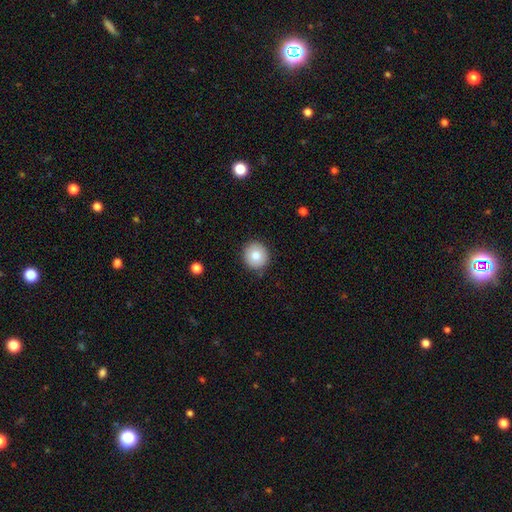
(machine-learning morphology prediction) This appears to be a smooth galaxy with no disk features (81%) that is round (91%). Merging: none (88%).